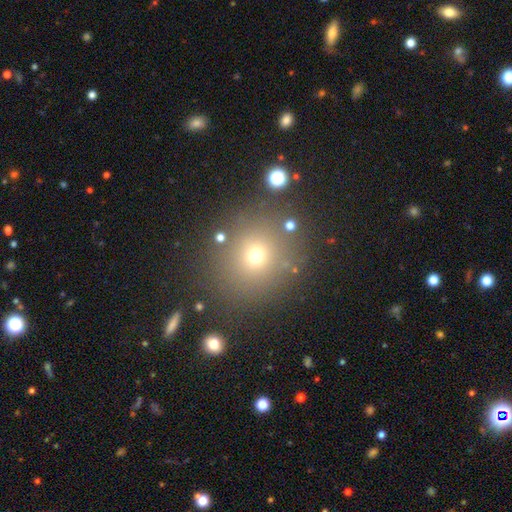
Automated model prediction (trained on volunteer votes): This is likely a smooth galaxy (67%). How rounded: clearly round (86%). Merging: clearly none (82%).